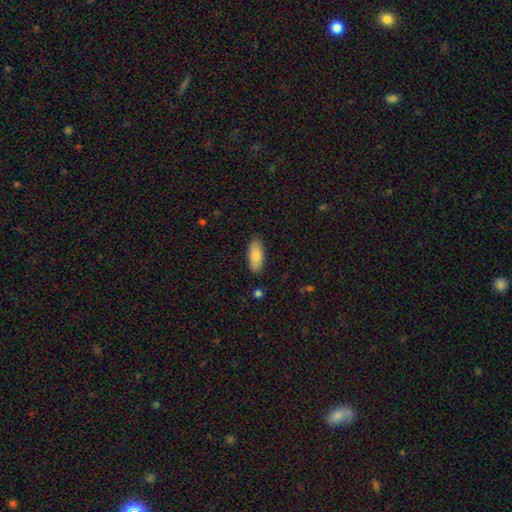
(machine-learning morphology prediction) Smooth or featured?
  - smooth: 80% *
  - featured or disk: 13%
  - star or artifact: 6%
How rounded?
  - in between: 84% *
  - cigar-shaped: 14%
  - round: 2%
Merging?
  - none: 87% *
  - minor disturbance: 10%
  - major disturbance: 2%
  - merger: 1%